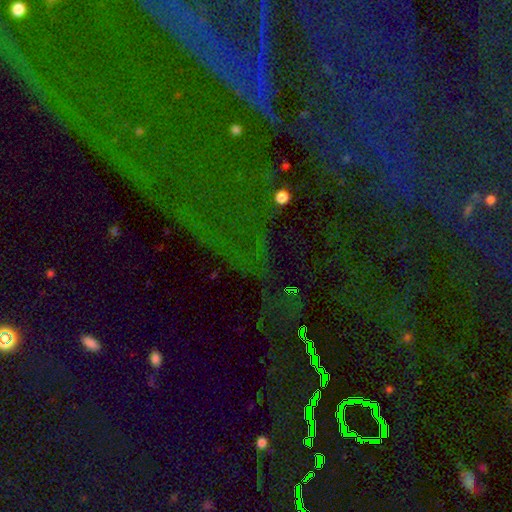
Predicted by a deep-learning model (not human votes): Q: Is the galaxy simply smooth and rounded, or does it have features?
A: star or artifact — 79%.